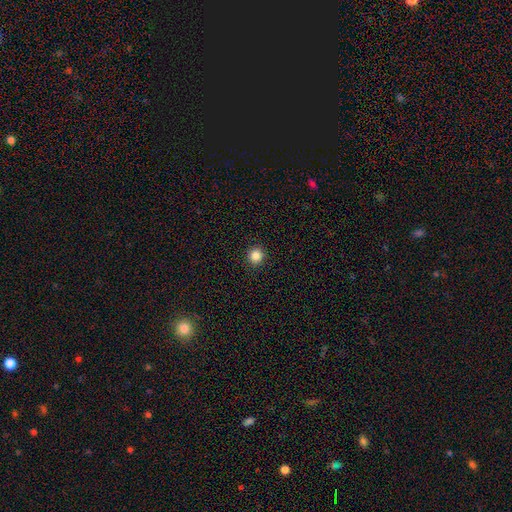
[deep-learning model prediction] This is clearly a smooth galaxy (84%). How rounded: clearly round (93%). Merging: clearly none (93%).